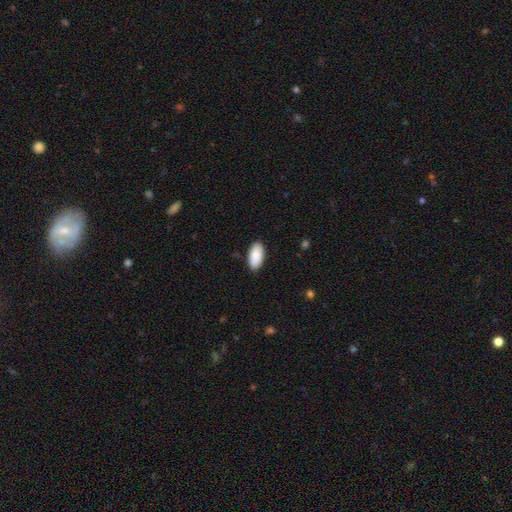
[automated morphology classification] A smooth galaxy with no disk features (89%) that is in between round and cigar-shaped (94%). Merging: none (88%).